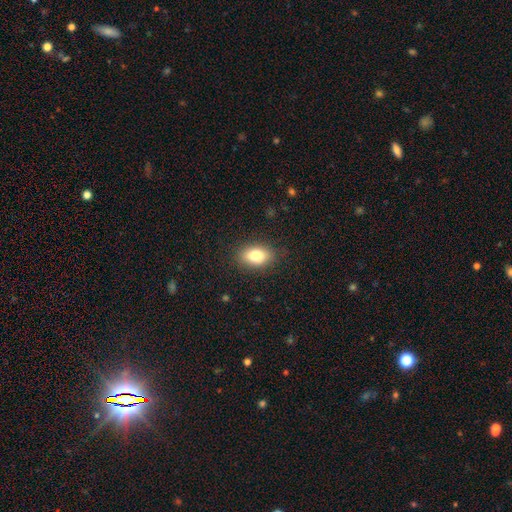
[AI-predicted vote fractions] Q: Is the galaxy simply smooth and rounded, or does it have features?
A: smooth — 82%.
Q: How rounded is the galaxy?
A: in between — 86%.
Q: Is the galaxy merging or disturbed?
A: none — 86%.